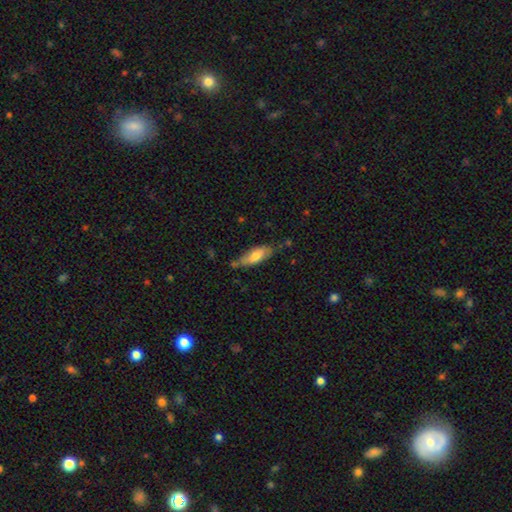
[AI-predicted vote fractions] Smooth or featured?
  - smooth: 71% *
  - featured or disk: 23%
  - star or artifact: 6%
How rounded?
  - in between: 65% *
  - cigar-shaped: 33%
  - round: 2%
Merging?
  - none: 59% *
  - minor disturbance: 29%
  - major disturbance: 6%
  - merger: 5%